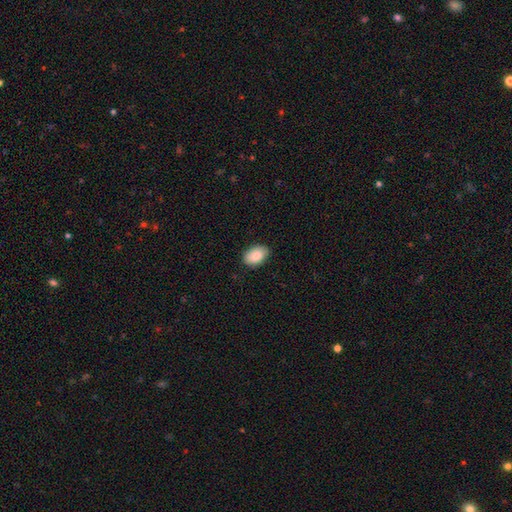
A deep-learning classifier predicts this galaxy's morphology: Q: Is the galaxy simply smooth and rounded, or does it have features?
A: smooth — 88%.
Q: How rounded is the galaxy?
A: in between — 90%.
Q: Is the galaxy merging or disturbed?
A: none — 87%.